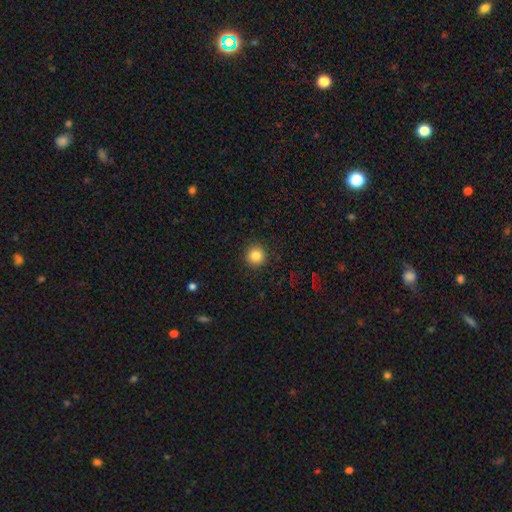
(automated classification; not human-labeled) Smooth or featured: smooth — 84% (star or artifact — 11%)
How rounded: round — 95% (in between — 4%)
Merging: none — 92% (minor disturbance — 5%)